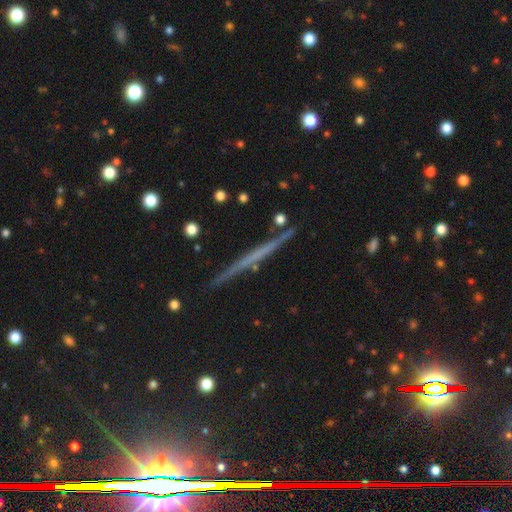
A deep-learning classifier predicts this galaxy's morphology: This appears to be a featured or disk galaxy (61%) viewed edge-on (97%) with no central bulge (85%). Merging: none (89%).